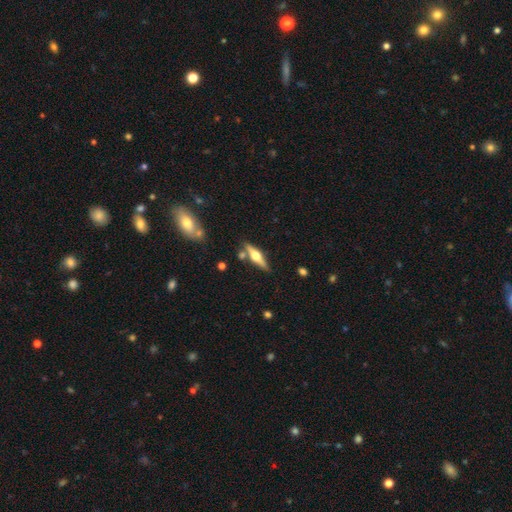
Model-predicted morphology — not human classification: type=featured or disk (68%); edge-on=yes (96%); edge-on bulge=rounded (94%); merging=none (78%).